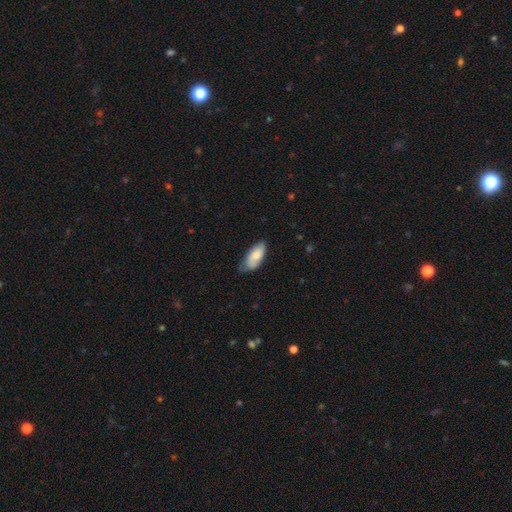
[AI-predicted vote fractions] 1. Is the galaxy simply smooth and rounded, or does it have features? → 77% smooth, 17% featured or disk, 6% star or artifact.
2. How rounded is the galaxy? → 88% in between, 11% cigar-shaped, 2% round.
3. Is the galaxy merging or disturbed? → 60% none, 33% minor disturbance, 6% major disturbance, 2% merger.